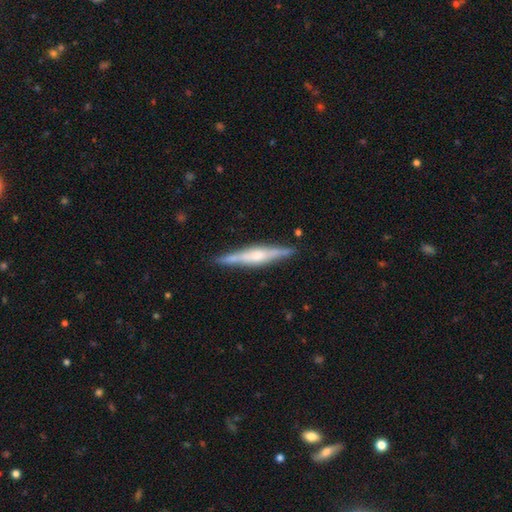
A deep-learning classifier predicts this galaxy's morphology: Smooth or featured? Predicted: featured or disk (p=0.72). Edge-on disk? Predicted: yes (p=0.97). Edge-on bulge? Predicted: rounded (p=0.66). Merging? Predicted: none (p=0.88).